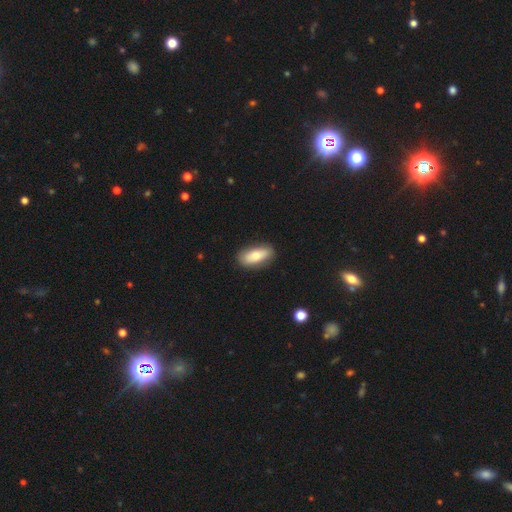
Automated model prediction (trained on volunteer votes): Smooth or featured? smooth (72%)
How rounded? in between (85%)
Merging? none (85%)